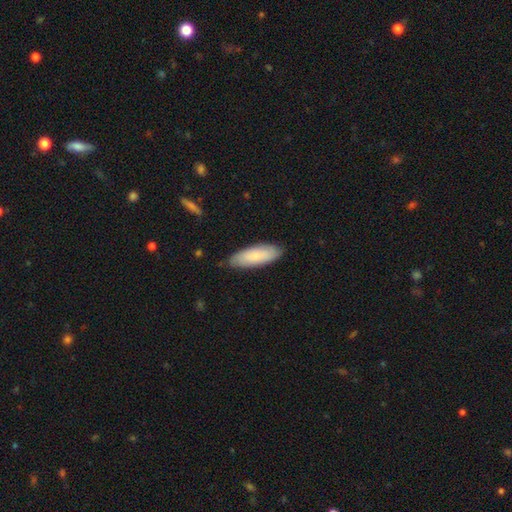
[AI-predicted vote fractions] Smooth or featured: smooth — 75% (featured or disk — 19%)
How rounded: in between — 65% (cigar-shaped — 34%)
Merging: none — 82% (minor disturbance — 14%)